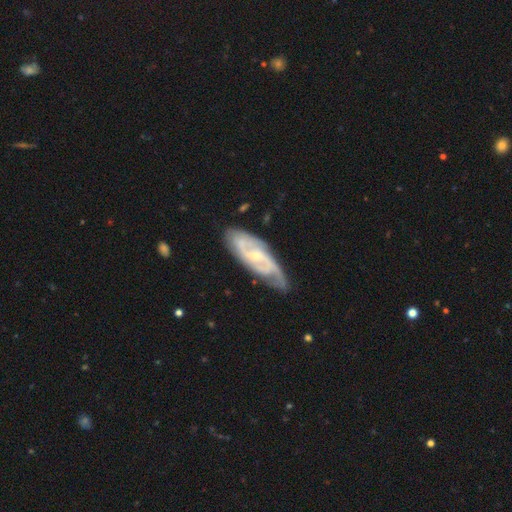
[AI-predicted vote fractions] A featured or disk galaxy (83%) with a weak bar (49%), 2 (59%) medium (47%) spiral arms (96%) and a small central bulge (61%). Merging: none (68%).